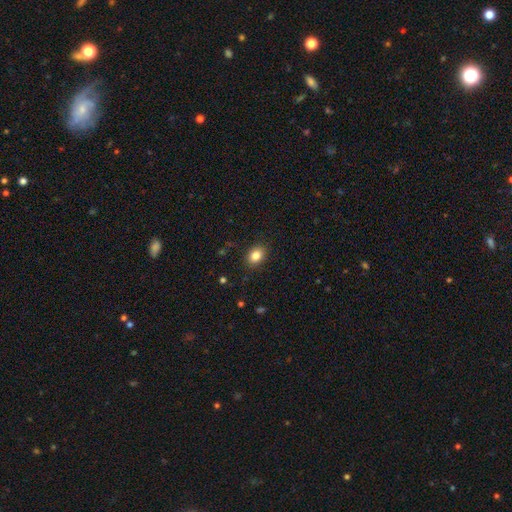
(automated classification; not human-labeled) The model was most divided on "how rounded": in between: 62%, round: 37%, cigar-shaped: 1%. More confident: merging — none (88%); smooth or featured — smooth (84%).